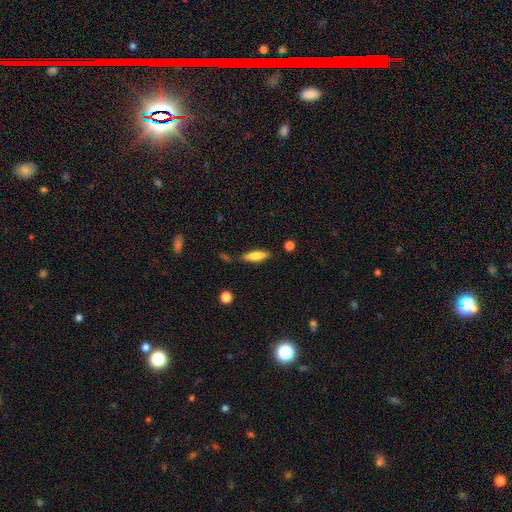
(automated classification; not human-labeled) smooth 72%, featured or disk 21%, star or artifact 7%. Down the decision tree: how rounded — cigar-shaped (69%); merging — none (78%).